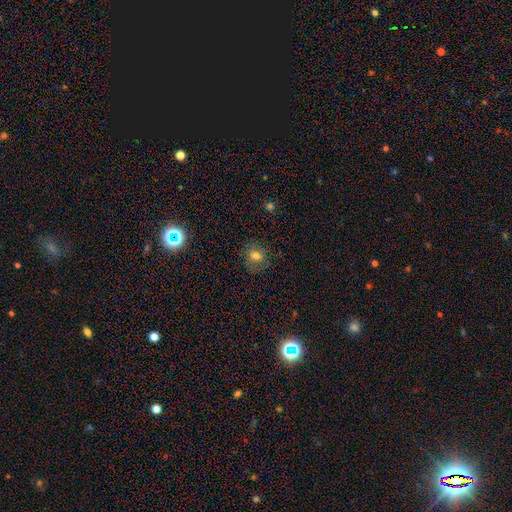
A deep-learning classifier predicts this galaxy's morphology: This appears to be a smooth galaxy with no disk features (72%) that is round (61%). Merging: none (79%).